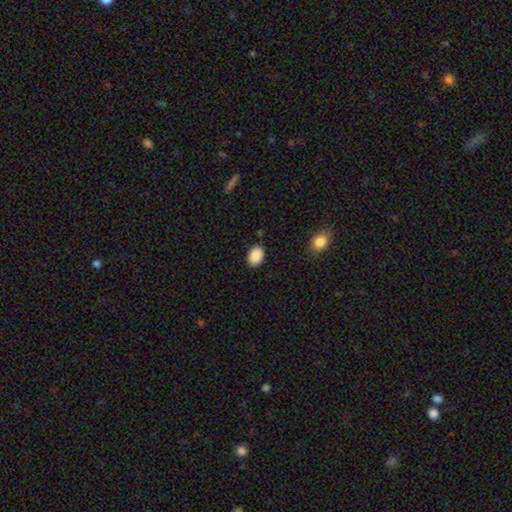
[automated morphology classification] This appears to be a smooth galaxy with no disk features (89%) that is in between round and cigar-shaped (76%). Merging: none (88%).